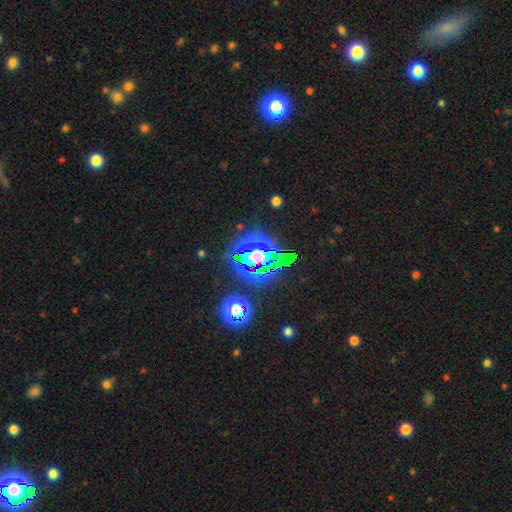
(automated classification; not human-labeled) Smooth or featured? Predicted: star or artifact (p=0.69).